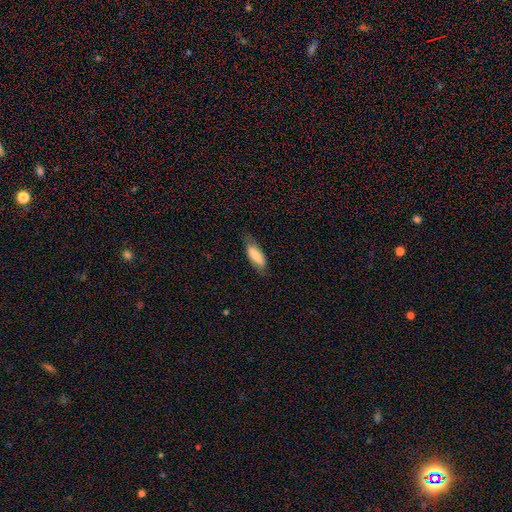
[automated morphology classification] Smooth or featured? smooth (73%)
How rounded? in between (68%)
Merging? none (71%)